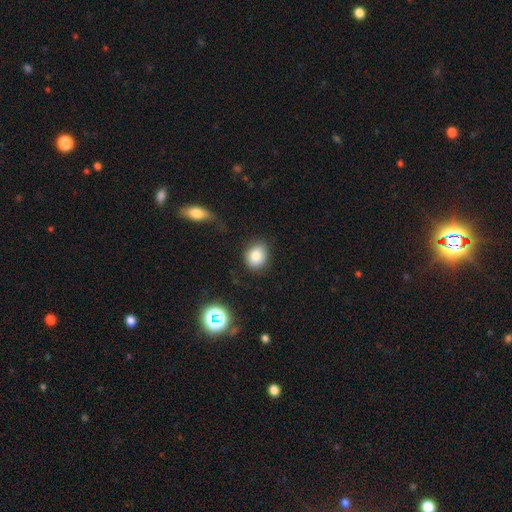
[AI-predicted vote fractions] Smooth or featured? smooth (82%)
How rounded? round (63%)
Merging? none (77%)